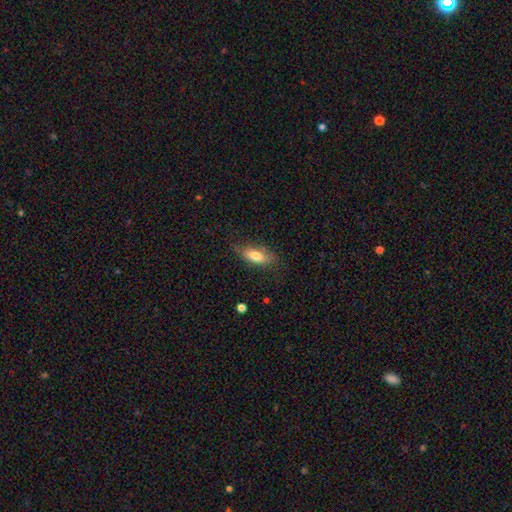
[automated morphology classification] A smooth galaxy with no disk features (75%) that is in between round and cigar-shaped (80%).

Vote fractions:
- Smooth or featured? smooth: 75% / featured or disk: 18% / star or artifact: 7%
- How rounded? in between: 80% / cigar-shaped: 17% / round: 3%
- Merging? none: 70% / minor disturbance: 22% / major disturbance: 6% / merger: 2%